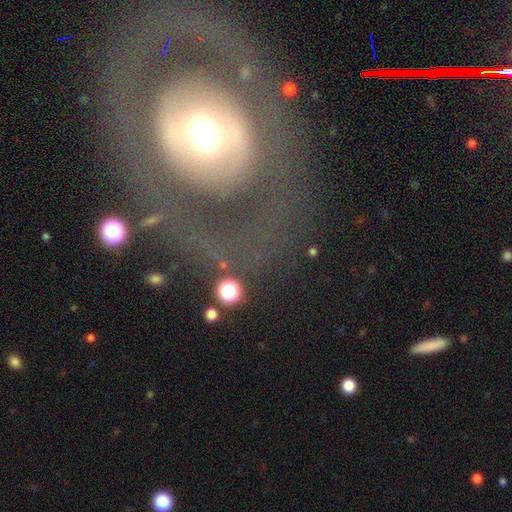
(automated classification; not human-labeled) This is likely a featured or disk galaxy (65%). It is clearly not viewed edge-on (93%). Bar: likely no (65%). Spiral arm pattern: likely no (70%). Central bulge: possibly moderate (51%). Merging: likely none (76%).